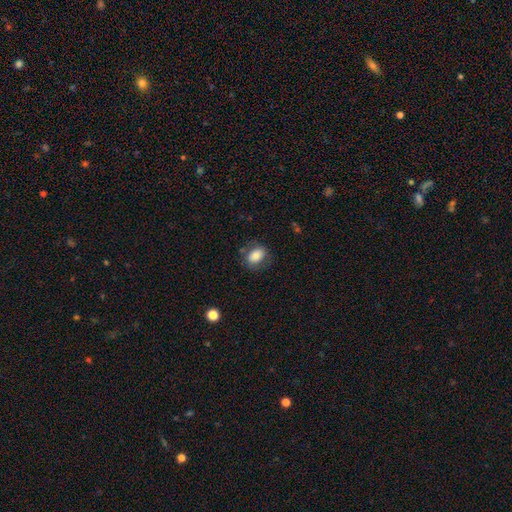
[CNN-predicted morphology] type=smooth (78%); roundness=in between (76%); merging=none (73%).